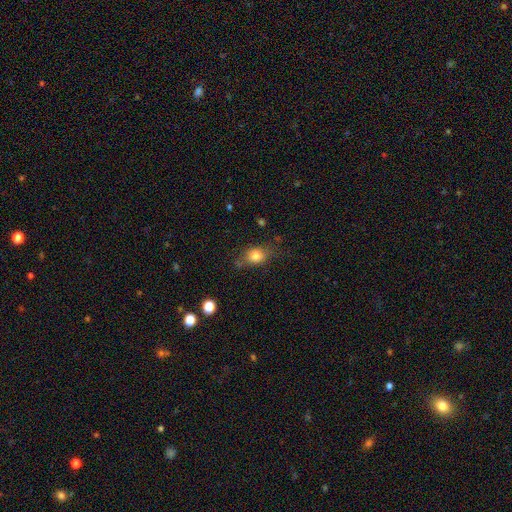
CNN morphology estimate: Smooth or featured?
  - smooth: 79% *
  - featured or disk: 11%
  - star or artifact: 10%
How rounded?
  - in between: 59% *
  - round: 38%
  - cigar-shaped: 3%
Merging?
  - none: 65% *
  - minor disturbance: 24%
  - major disturbance: 8%
  - merger: 4%